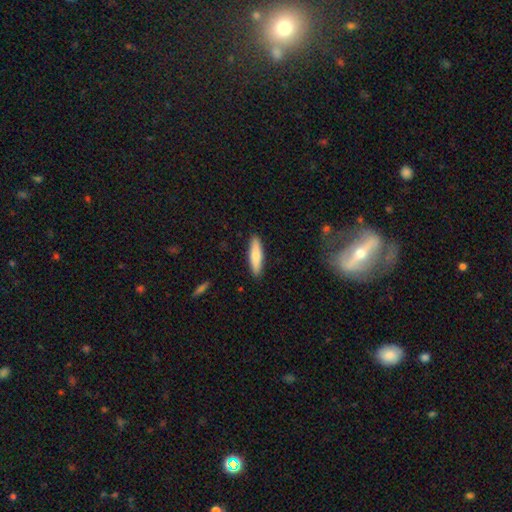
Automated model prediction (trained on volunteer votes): Smooth or featured: smooth — 79% (featured or disk — 16%)
How rounded: cigar-shaped — 75% (in between — 24%)
Merging: none — 90% (minor disturbance — 7%)